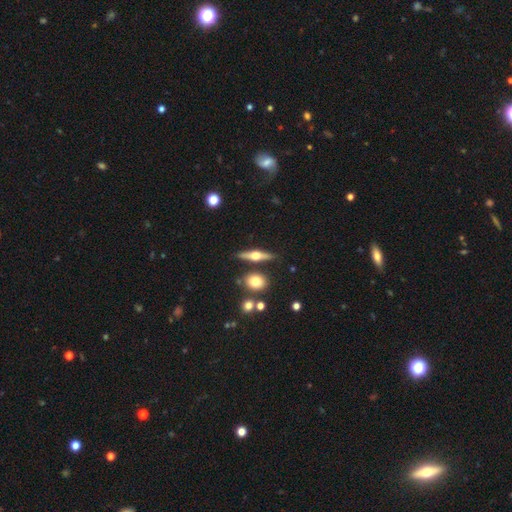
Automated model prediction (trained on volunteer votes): A featured or disk galaxy (62%) viewed edge-on (94%) with a rounded central bulge (95%).

Vote fractions:
- Smooth or featured? featured or disk: 62% / smooth: 31% / star or artifact: 7%
- Edge-on disk? yes: 94% / no: 6%
- Edge-on bulge? rounded: 95% / boxy: 3% / none: 2%
- Merging? none: 79% / minor disturbance: 10% / merger: 7% / major disturbance: 3%